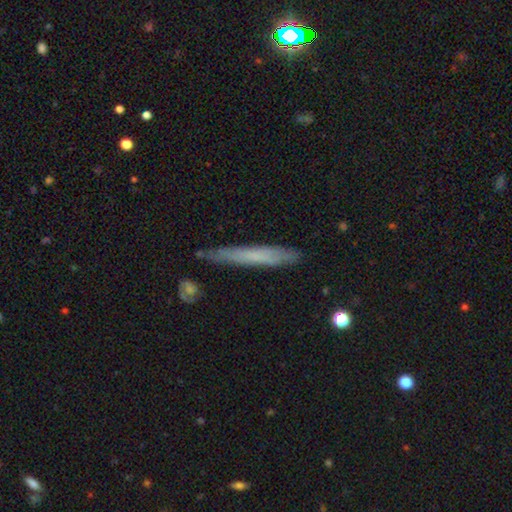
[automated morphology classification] smooth 56%, featured or disk 37%, star or artifact 7%. Down the decision tree: how rounded — cigar-shaped (95%); merging — none (80%).